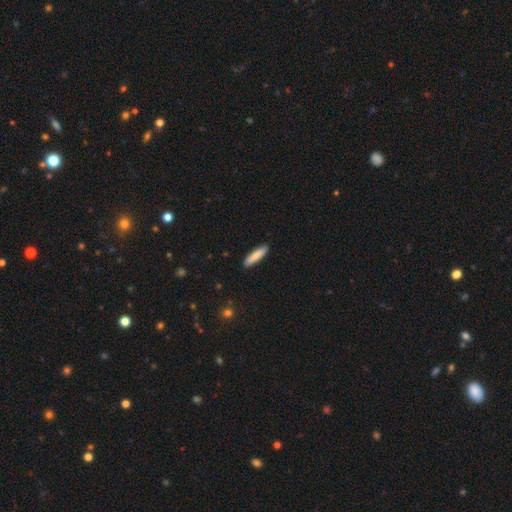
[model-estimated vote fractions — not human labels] Smooth or featured? smooth (81%)
How rounded? cigar-shaped (80%)
Merging? none (90%)